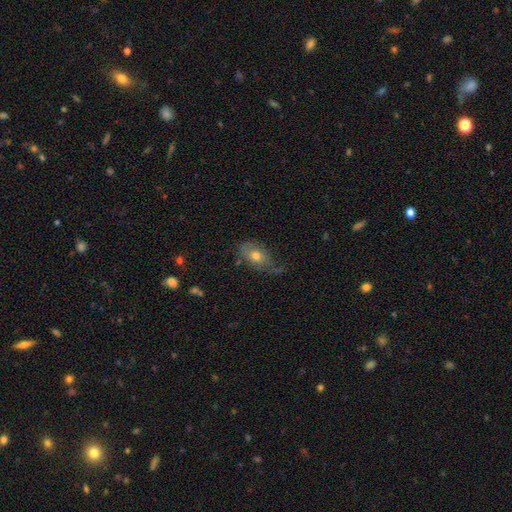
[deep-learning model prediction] This is likely a smooth galaxy (64%). How rounded: clearly in between (85%). Merging: marginally none (43%).